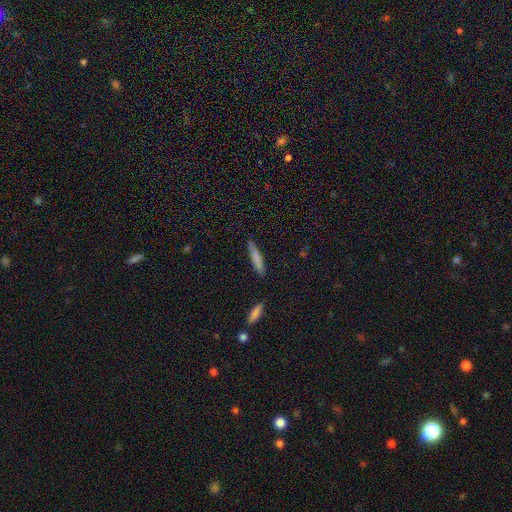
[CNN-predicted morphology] type=smooth (75%); roundness=cigar-shaped (90%); merging=none (84%).